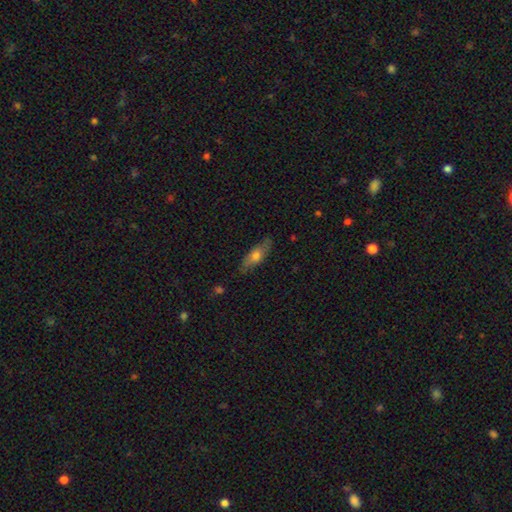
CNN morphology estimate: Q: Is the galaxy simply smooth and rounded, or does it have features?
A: smooth — 61%.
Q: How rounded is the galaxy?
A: in between — 62%.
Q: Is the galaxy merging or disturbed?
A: none — 75%.